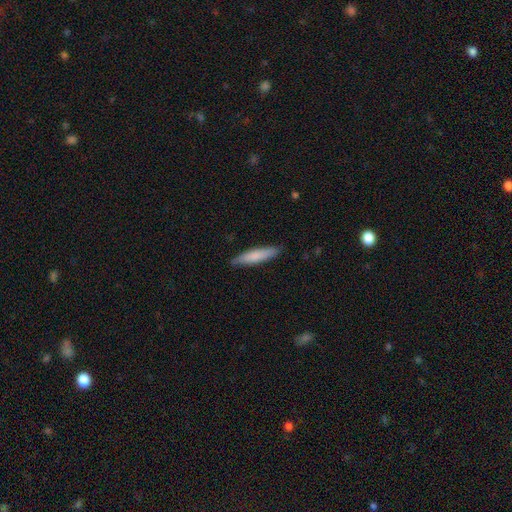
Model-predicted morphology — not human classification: The model was most divided on "smooth or featured": smooth: 77%, featured or disk: 18%, star or artifact: 5%. More confident: merging — none (88%); how rounded — cigar-shaped (84%).